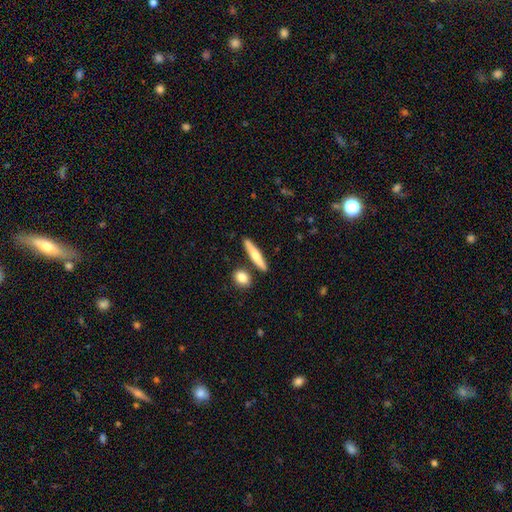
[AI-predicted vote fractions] Smooth or featured? Predicted: smooth (p=0.57). How rounded? Predicted: cigar-shaped (p=0.84). Merging? Predicted: none (p=0.83).